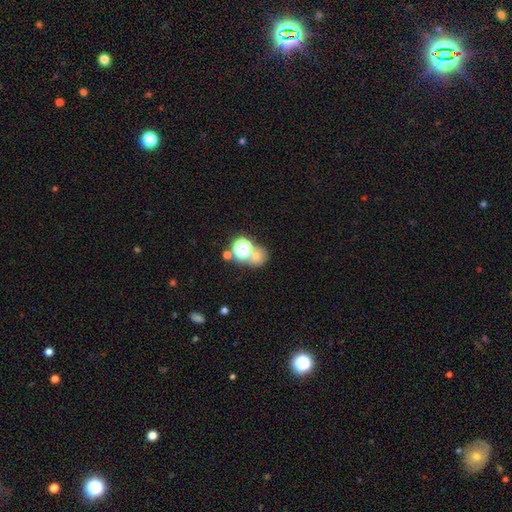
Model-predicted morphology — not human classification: A smooth galaxy with no disk features (57%) that is round (72%). Merging: none (51%).